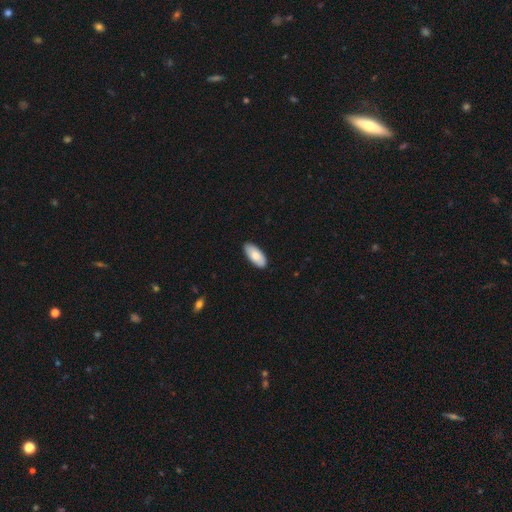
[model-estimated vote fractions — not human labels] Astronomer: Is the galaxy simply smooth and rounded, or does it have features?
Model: smooth — 79%.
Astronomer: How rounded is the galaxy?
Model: in between — 90%.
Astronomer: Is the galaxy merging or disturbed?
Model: none — 87%.